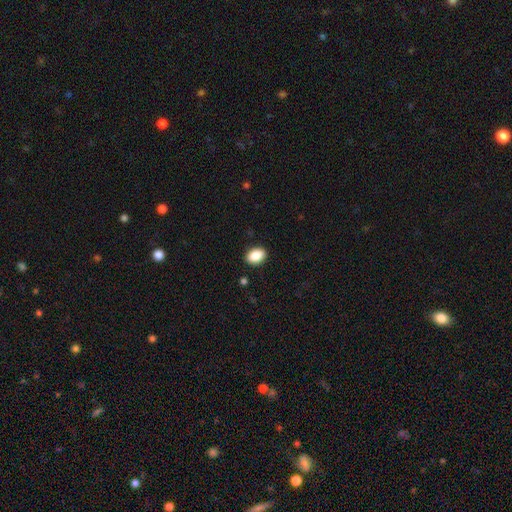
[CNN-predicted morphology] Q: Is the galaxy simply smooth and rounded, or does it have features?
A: smooth — 89%.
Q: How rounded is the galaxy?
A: in between — 82%.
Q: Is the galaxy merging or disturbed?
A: none — 90%.